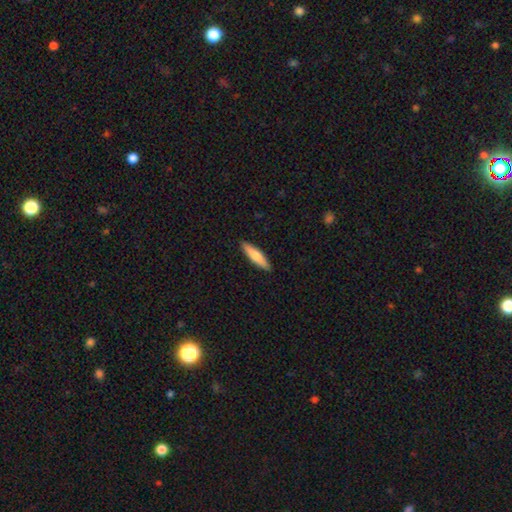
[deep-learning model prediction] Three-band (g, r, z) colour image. It shows a smooth galaxy with no disk features (73%) that is cigar-shaped (73%). Merging: none (91%).